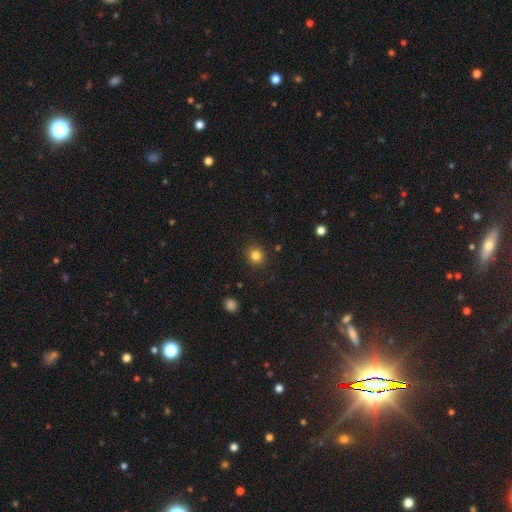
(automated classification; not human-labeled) smooth-or-featured: smooth: 83% | star or artifact: 12% | featured or disk: 5%
  how-rounded: round: 88% | in between: 11% | cigar-shaped: 1%
  merging: none: 90% | minor disturbance: 7% | major disturbance: 2% | merger: 1%